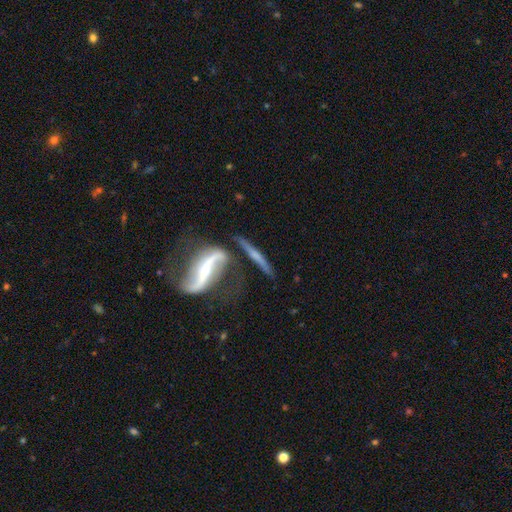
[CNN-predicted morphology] Q: Smooth or featured?
A: featured or disk (75%); runner-up: smooth (18%)
Q: Edge-on disk?
A: yes (60%); runner-up: no (40%)
Q: Merging?
A: none (60%); runner-up: merger (16%)